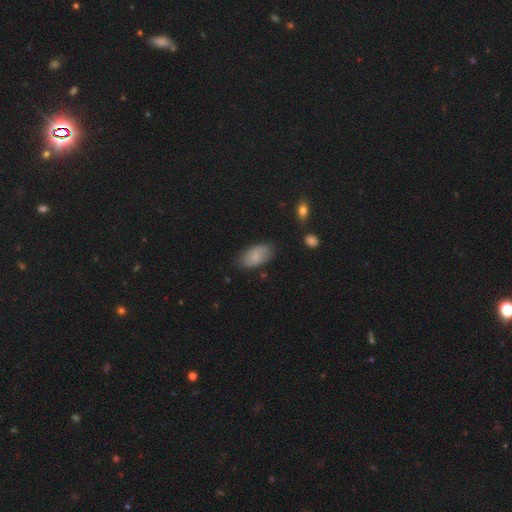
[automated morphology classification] This is likely a smooth galaxy (74%). How rounded: clearly in between (93%). Merging: likely none (74%).